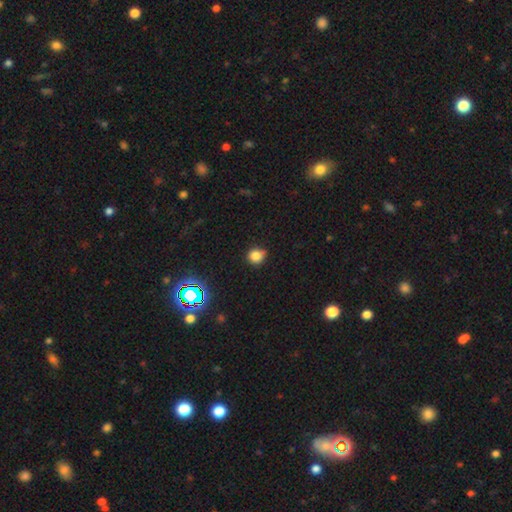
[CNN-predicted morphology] Smooth or featured: smooth — 80% (star or artifact — 15%)
How rounded: round — 84% (in between — 15%)
Merging: none — 76% (minor disturbance — 19%)